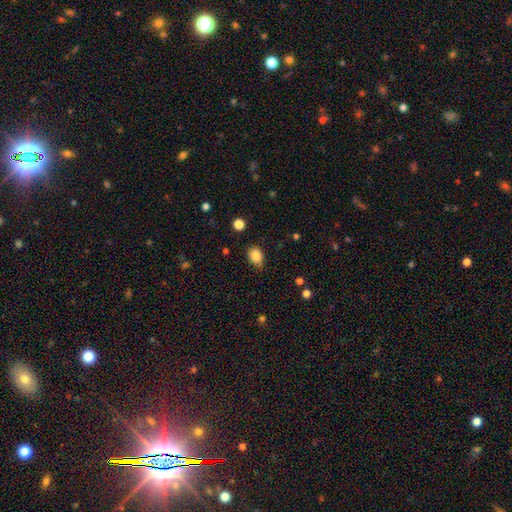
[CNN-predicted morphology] Smooth or featured?
  - smooth: 85% *
  - star or artifact: 9%
  - featured or disk: 5%
How rounded?
  - in between: 65% *
  - round: 34%
  - cigar-shaped: 1%
Merging?
  - none: 62% *
  - minor disturbance: 31%
  - major disturbance: 6%
  - merger: 2%